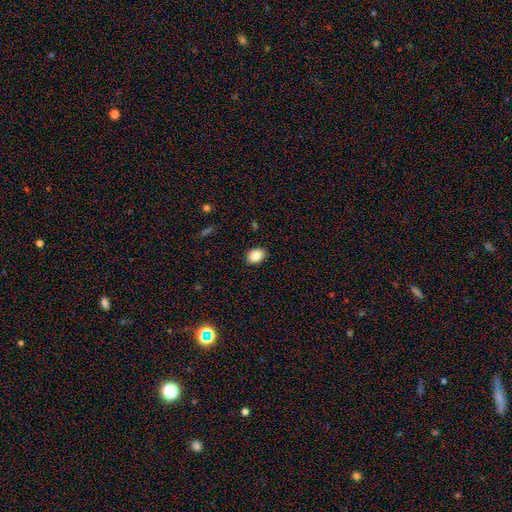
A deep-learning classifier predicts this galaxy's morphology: Smooth or featured?
  - smooth: 87% *
  - star or artifact: 8%
  - featured or disk: 4%
How rounded?
  - in between: 70% *
  - round: 29%
  - cigar-shaped: 1%
Merging?
  - none: 90% *
  - minor disturbance: 8%
  - major disturbance: 2%
  - merger: 1%